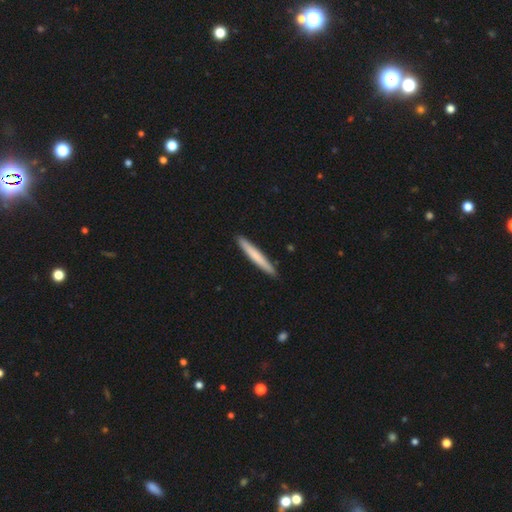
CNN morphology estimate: Smooth or featured: smooth — 70% (featured or disk — 25%)
How rounded: cigar-shaped — 96% (in between — 3%)
Merging: none — 92% (minor disturbance — 6%)